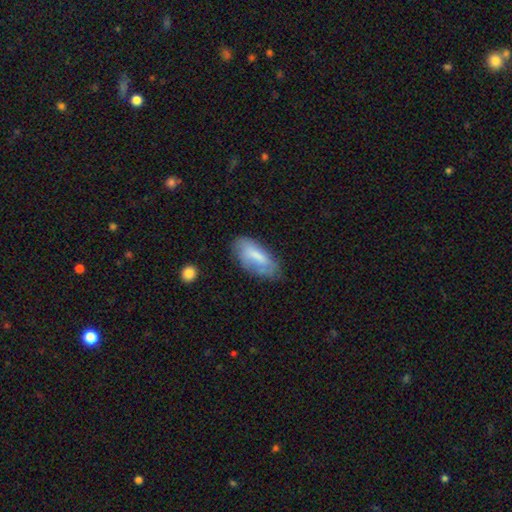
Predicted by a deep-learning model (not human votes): Q: Smooth or featured?
A: smooth (68%); runner-up: featured or disk (25%)
Q: How rounded?
A: in between (84%); runner-up: cigar-shaped (14%)
Q: Merging?
A: none (60%); runner-up: minor disturbance (28%)